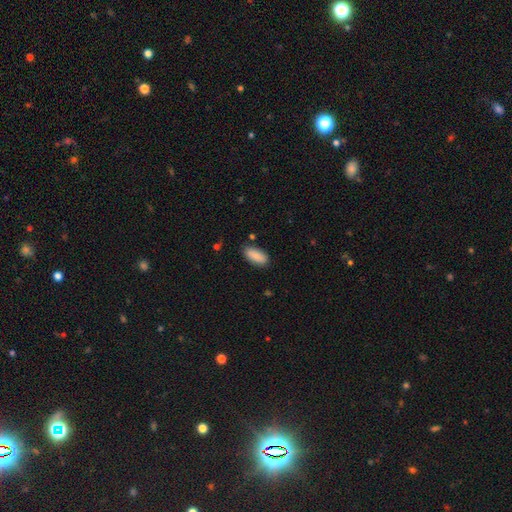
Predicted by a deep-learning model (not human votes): smooth-or-featured: smooth: 87% | featured or disk: 6% | star or artifact: 6%
  how-rounded: in between: 85% | cigar-shaped: 13% | round: 2%
  merging: none: 83% | minor disturbance: 12% | major disturbance: 2% | merger: 2%